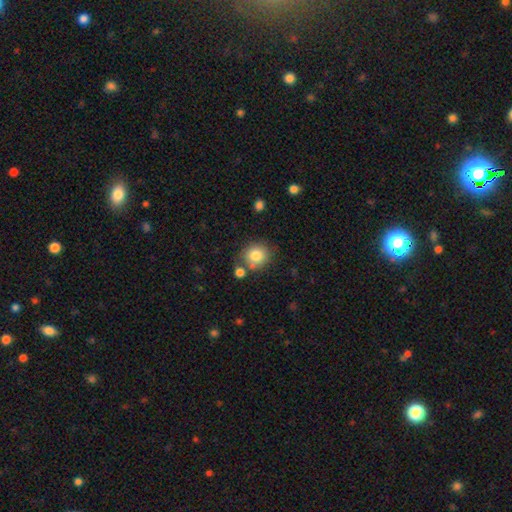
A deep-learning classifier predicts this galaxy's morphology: type=smooth (81%); roundness=round (84%); merging=none (71%).